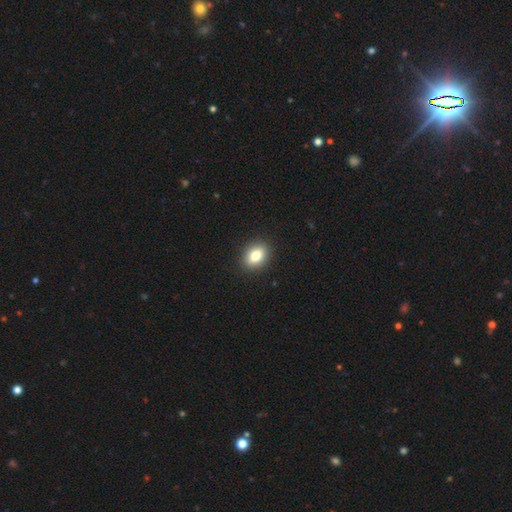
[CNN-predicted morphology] A smooth galaxy with no disk features (80%) that is in between round and cigar-shaped (72%).

Vote fractions:
- Smooth or featured? smooth: 80% / featured or disk: 11% / star or artifact: 9%
- How rounded? in between: 72% / round: 26% / cigar-shaped: 2%
- Merging? none: 91% / minor disturbance: 7% / major disturbance: 2% / merger: 1%